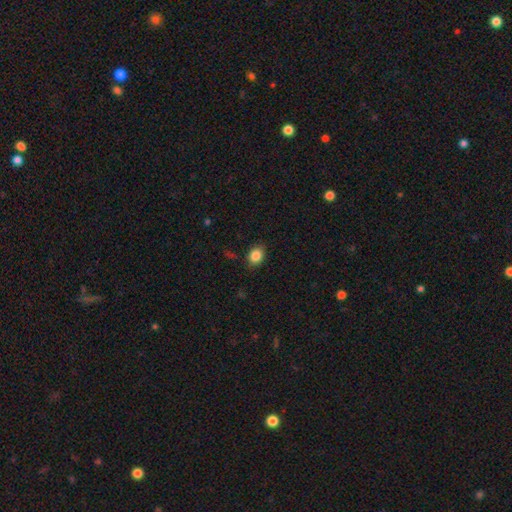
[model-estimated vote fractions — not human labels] Smooth or featured? smooth (85%)
How rounded? in between (56%)
Merging? none (84%)